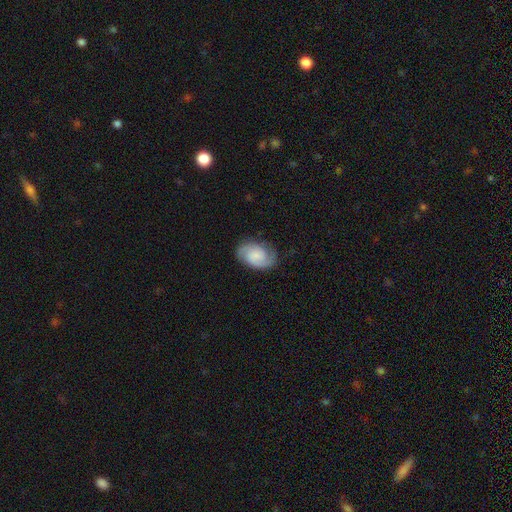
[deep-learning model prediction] Smooth or featured? Predicted: featured or disk (p=0.60). Edge-on disk? Predicted: no (p=0.97). Bar? Predicted: no (p=0.63). Spiral arms? Predicted: yes (p=0.94). Spiral winding? Predicted: medium (p=0.44). Spiral arm count? Predicted: 2 (p=0.78). Bulge size? Predicted: small (p=0.40). Merging? Predicted: none (p=0.77).